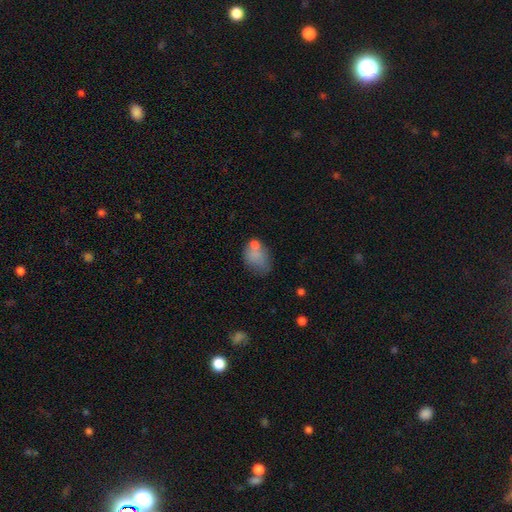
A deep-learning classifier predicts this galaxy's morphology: A smooth galaxy with no disk features (73%) that is in between round and cigar-shaped (78%).

Vote fractions:
- Smooth or featured? smooth: 73% / featured or disk: 17% / star or artifact: 10%
- How rounded? in between: 78% / round: 21% / cigar-shaped: 1%
- Merging? none: 41% / minor disturbance: 25% / merger: 20% / major disturbance: 14%